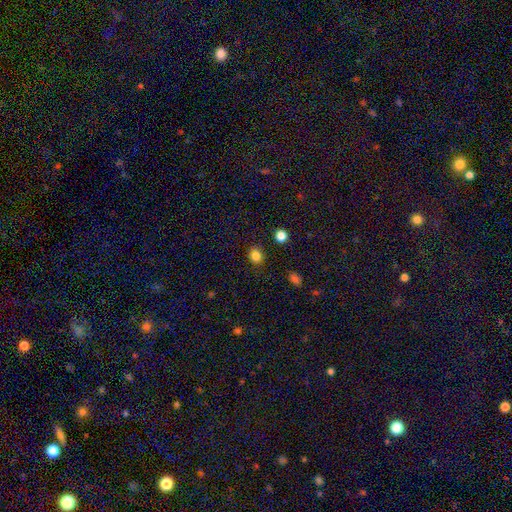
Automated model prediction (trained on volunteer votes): Morphology: type=smooth (84%); roundness=round (64%); merging=none (87%).